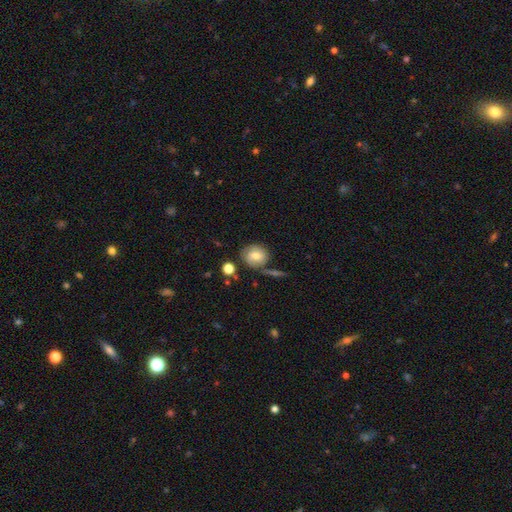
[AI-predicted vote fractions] Smooth or featured: smooth — 62% (featured or disk — 29%)
How rounded: round — 73% (in between — 26%)
Merging: none — 67% (minor disturbance — 17%)